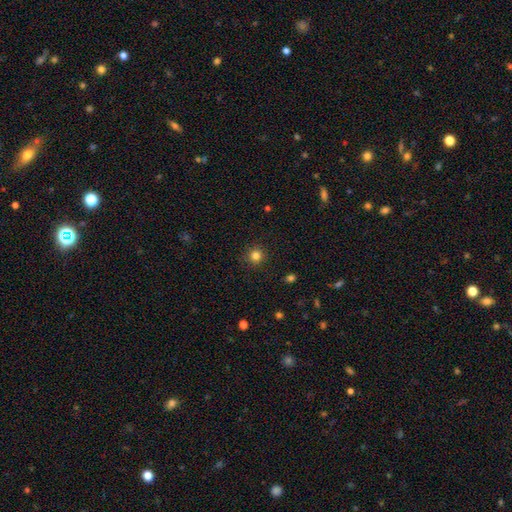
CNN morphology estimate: Overall: smooth (82%). How rounded: round (93%). Merging: none (90%).